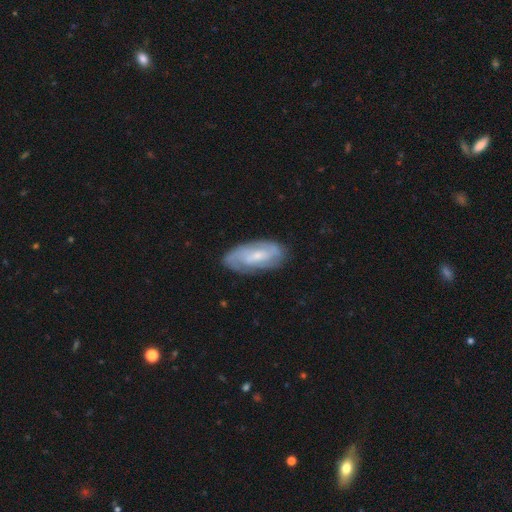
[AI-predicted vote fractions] Q: Smooth or featured?
A: featured or disk (64%); runner-up: smooth (30%)
Q: Edge-on disk?
A: no (91%); runner-up: yes (9%)
Q: Bar?
A: no (45%); runner-up: weak (41%)
Q: Spiral arms?
A: yes (82%); runner-up: no (18%)
Q: Bulge size?
A: small (61%); runner-up: moderate (32%)
Q: Merging?
A: none (75%); runner-up: minor disturbance (18%)